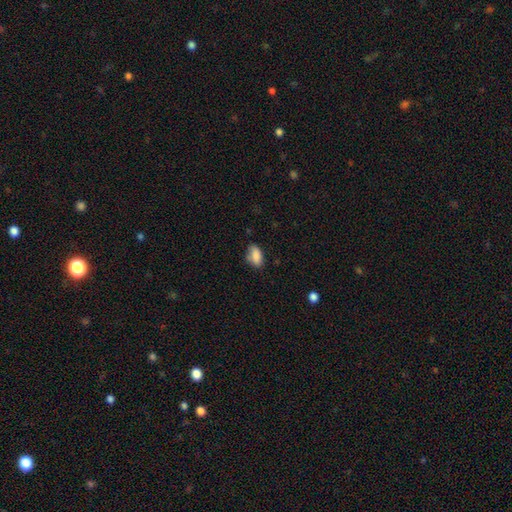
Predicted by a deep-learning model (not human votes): This is clearly a smooth galaxy (85%). How rounded: clearly in between (89%). Merging: likely none (66%).